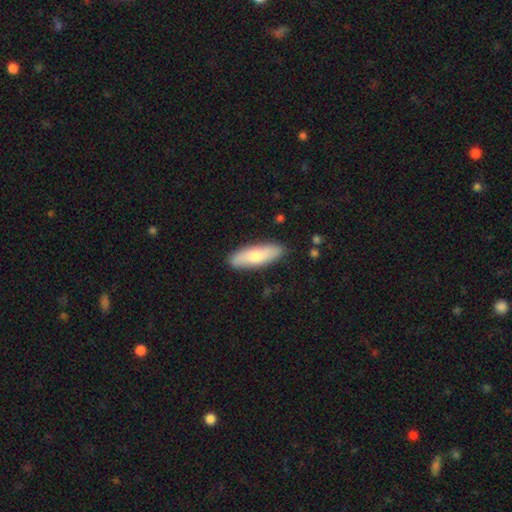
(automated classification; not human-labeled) Smooth or featured? smooth (69%)
How rounded? in between (51%)
Merging? none (88%)